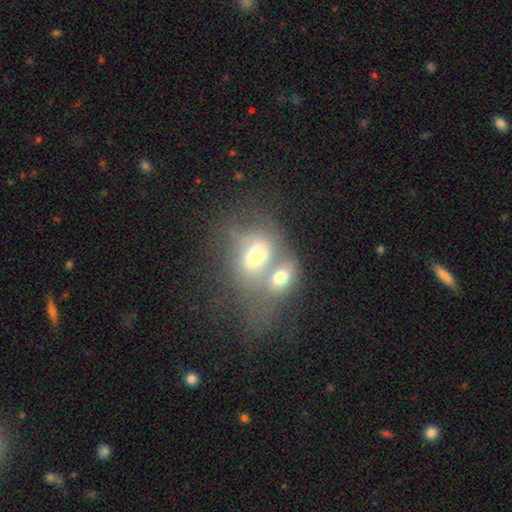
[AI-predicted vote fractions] Morphology: type=smooth (52%); roundness=in between (58%); merging=merger (71%).